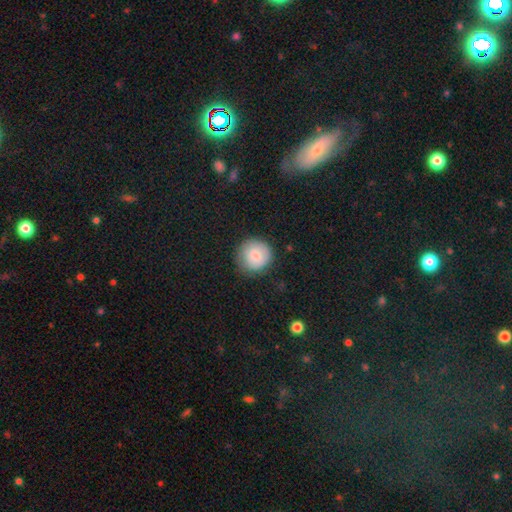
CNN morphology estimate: smooth-or-featured: smooth: 79% | featured or disk: 14% | star or artifact: 7%
  how-rounded: round: 93% | in between: 6% | cigar-shaped: 1%
  merging: none: 80% | minor disturbance: 15% | major disturbance: 4% | merger: 1%